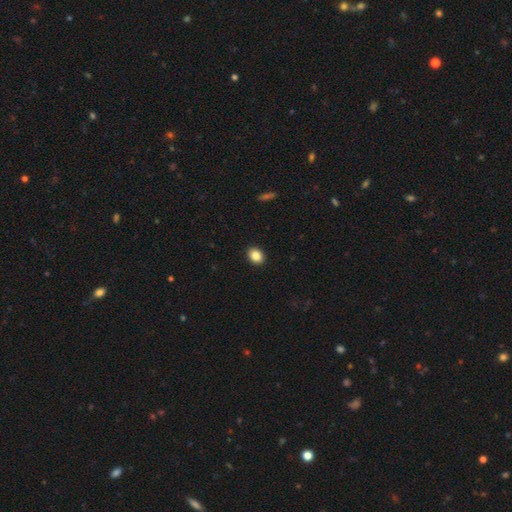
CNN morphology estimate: Overall: smooth (86%). How rounded: in between (57%; round 42%). Merging: none (92%).